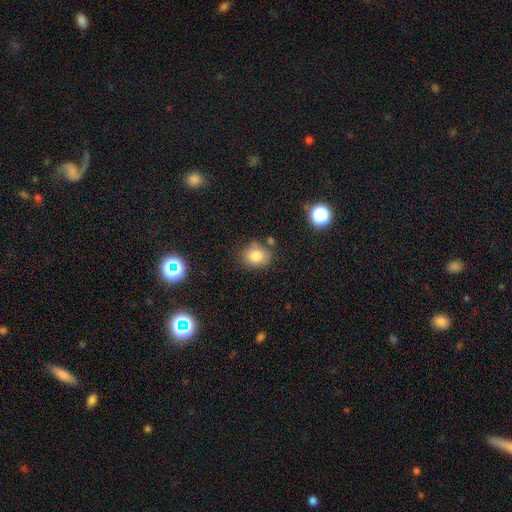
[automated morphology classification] smooth 81%, star or artifact 11%, featured or disk 8%. Down the decision tree: how rounded — round (55%); merging — none (73%).